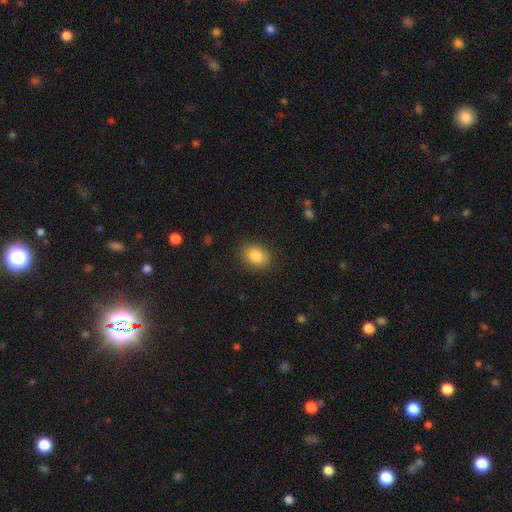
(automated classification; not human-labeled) Morphology: type=smooth (85%); roundness=in between (69%); merging=none (86%).